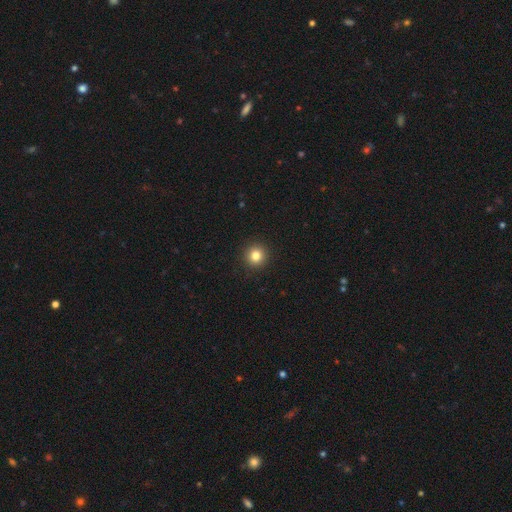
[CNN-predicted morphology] smooth-or-featured: smooth: 83% | star or artifact: 12% | featured or disk: 6%
  how-rounded: round: 95% | in between: 4% | cigar-shaped: 1%
  merging: none: 93% | minor disturbance: 4% | major disturbance: 2% | merger: 1%